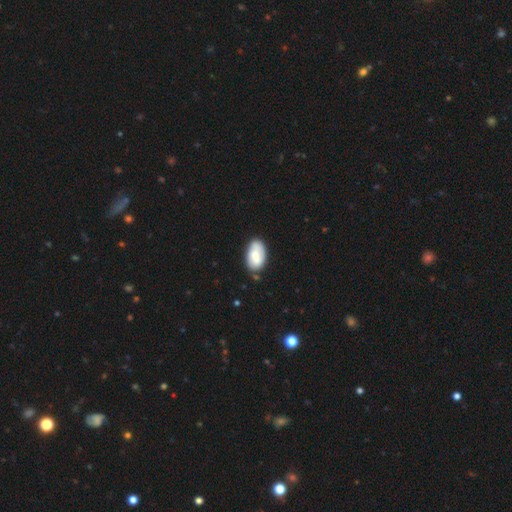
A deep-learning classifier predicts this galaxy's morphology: This is likely a smooth galaxy (71%). How rounded: clearly in between (94%). Merging: likely none (68%).